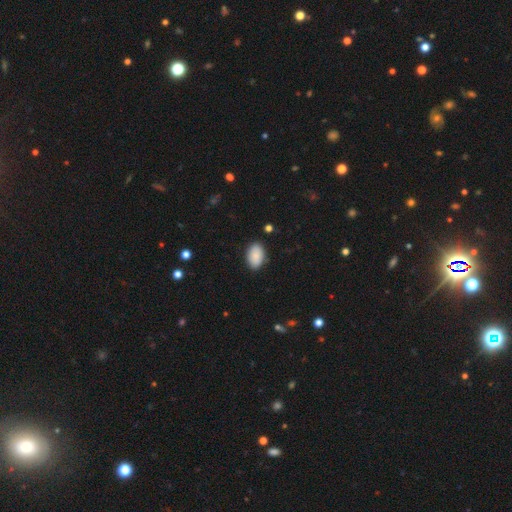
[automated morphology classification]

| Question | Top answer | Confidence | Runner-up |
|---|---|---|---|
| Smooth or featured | smooth | 90% | star or artifact (6%) |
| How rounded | in between | 93% | round (6%) |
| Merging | none | 87% | minor disturbance (10%) |